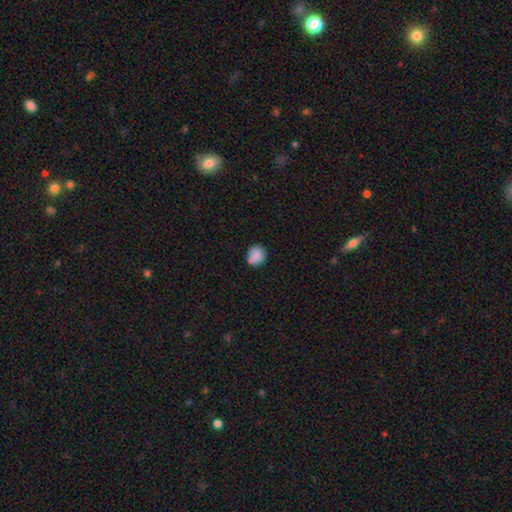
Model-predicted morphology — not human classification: This is clearly a smooth galaxy (87%). How rounded: likely round (73%). Merging: likely none (76%).